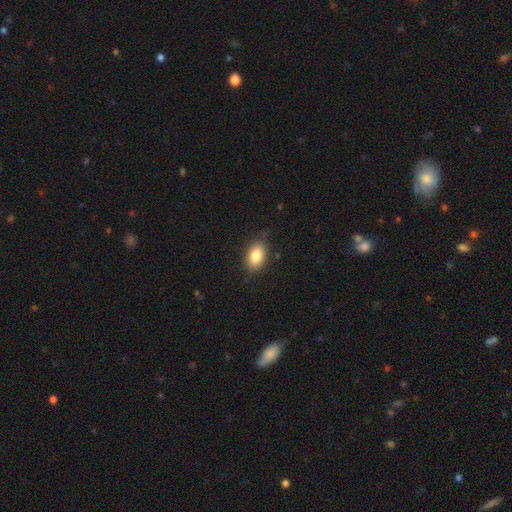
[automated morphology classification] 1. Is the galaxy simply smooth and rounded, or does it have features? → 84% smooth, 8% star or artifact, 8% featured or disk.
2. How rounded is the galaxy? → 89% in between, 9% round, 2% cigar-shaped.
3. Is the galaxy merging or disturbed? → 83% none, 13% minor disturbance, 3% major disturbance, 1% merger.